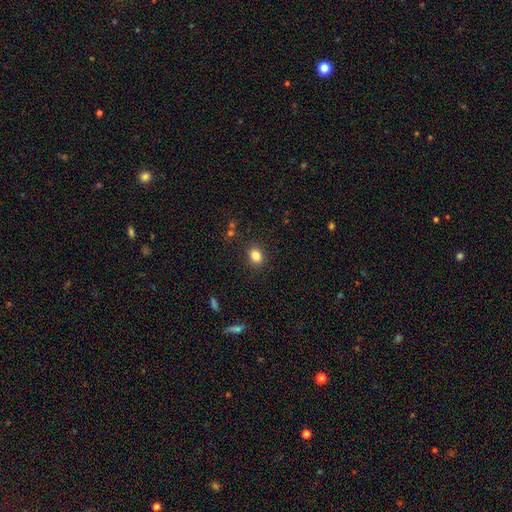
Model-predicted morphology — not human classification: smooth-or-featured: smooth: 83% | star or artifact: 11% | featured or disk: 6%
  how-rounded: in between: 54% | round: 45% | cigar-shaped: 1%
  merging: none: 88% | minor disturbance: 8% | major disturbance: 2% | merger: 2%